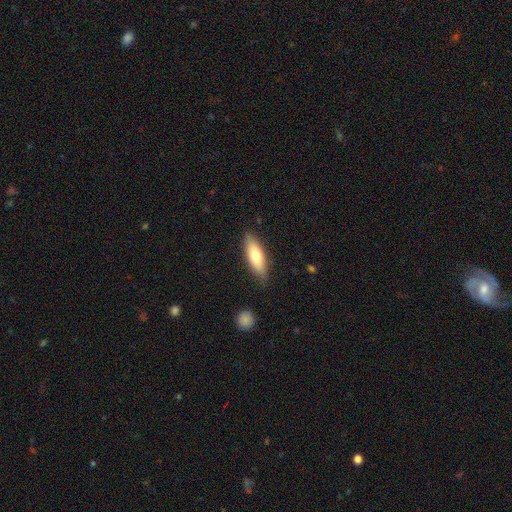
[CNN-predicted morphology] Smooth or featured?
  - smooth: 71% *
  - featured or disk: 23%
  - star or artifact: 6%
How rounded?
  - in between: 58% *
  - cigar-shaped: 40%
  - round: 2%
Merging?
  - none: 83% *
  - minor disturbance: 13%
  - major disturbance: 3%
  - merger: 2%